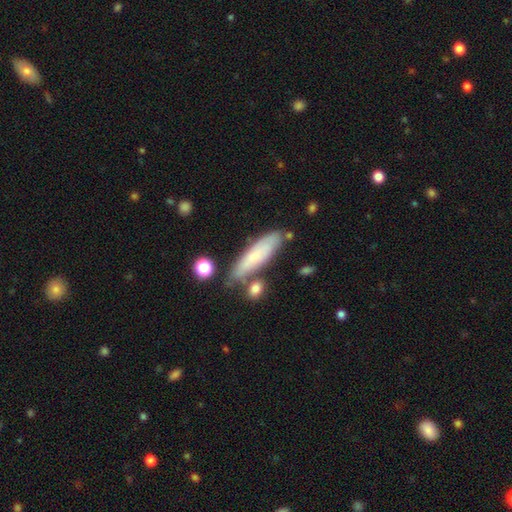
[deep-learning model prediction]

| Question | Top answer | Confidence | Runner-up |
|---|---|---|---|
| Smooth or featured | smooth | 68% | featured or disk (25%) |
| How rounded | cigar-shaped | 66% | in between (32%) |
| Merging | none | 69% | minor disturbance (17%) |